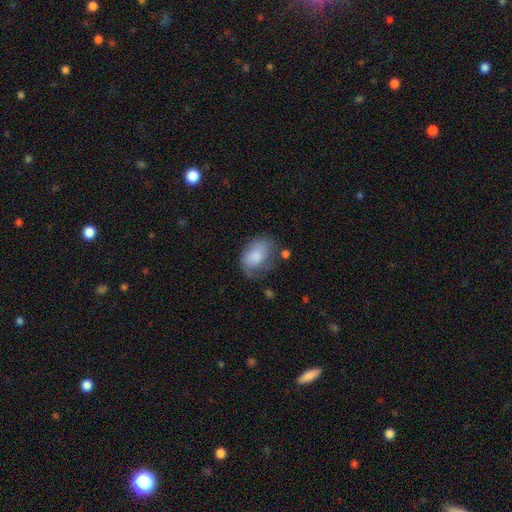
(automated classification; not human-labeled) smooth 70%, featured or disk 23%, star or artifact 7%. Down the decision tree: how rounded — in between (83%); merging — none (47%).